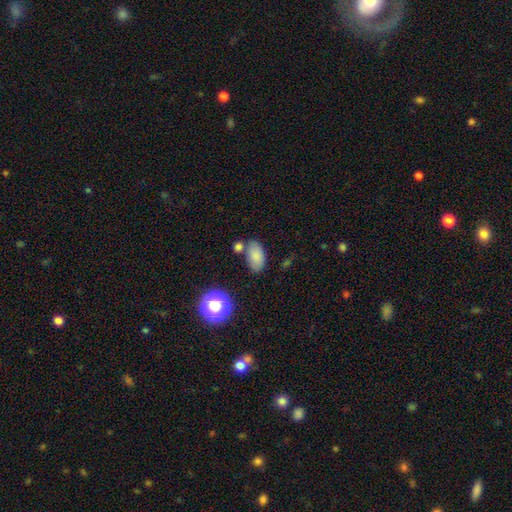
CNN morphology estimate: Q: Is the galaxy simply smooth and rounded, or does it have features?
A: smooth — 82%.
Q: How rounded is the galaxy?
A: in between — 92%.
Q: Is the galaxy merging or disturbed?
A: none — 66%.